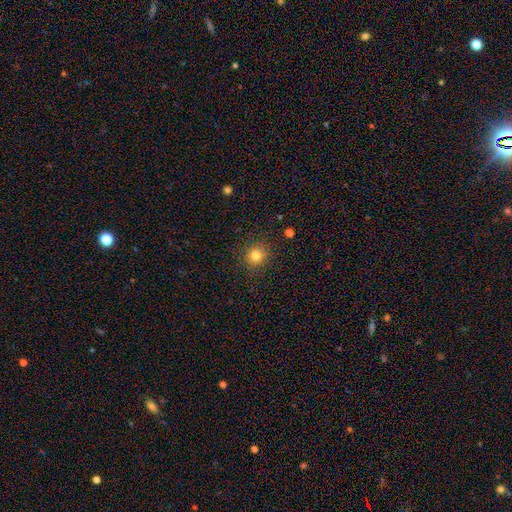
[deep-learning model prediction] Smooth or featured? smooth (79%)
How rounded? round (88%)
Merging? none (89%)